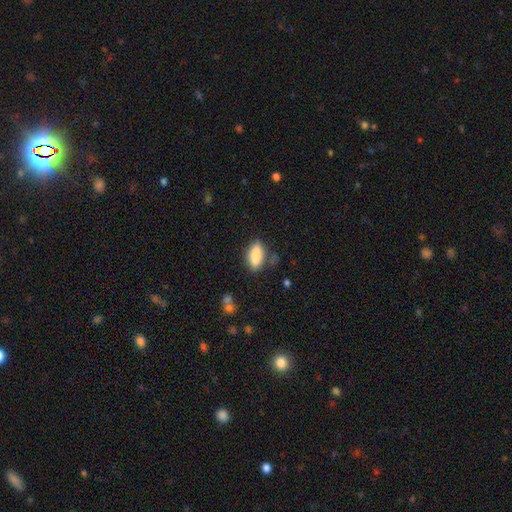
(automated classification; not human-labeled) Smooth or featured? smooth (82%)
How rounded? in between (75%)
Merging? none (76%)